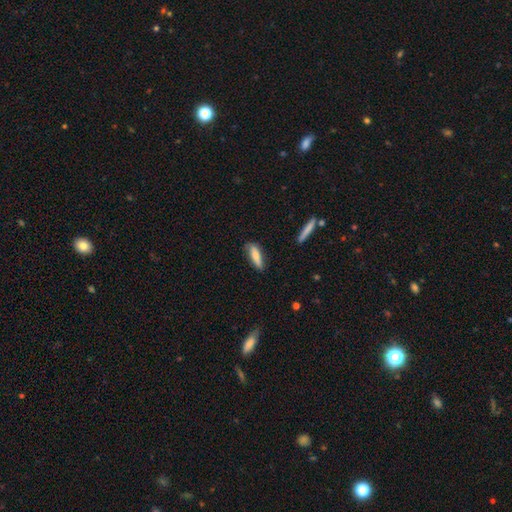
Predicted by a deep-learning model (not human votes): smooth 73%, featured or disk 21%, star or artifact 6%. Down the decision tree: how rounded — cigar-shaped (61%); merging — none (76%).